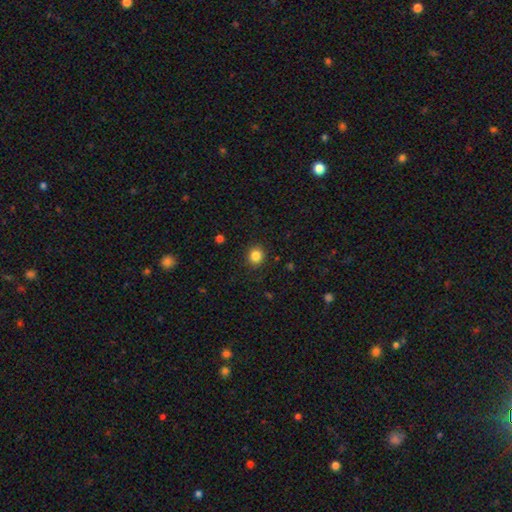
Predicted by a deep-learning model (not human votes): Overall: smooth (85%). How rounded: round (84%). Merging: none (90%).